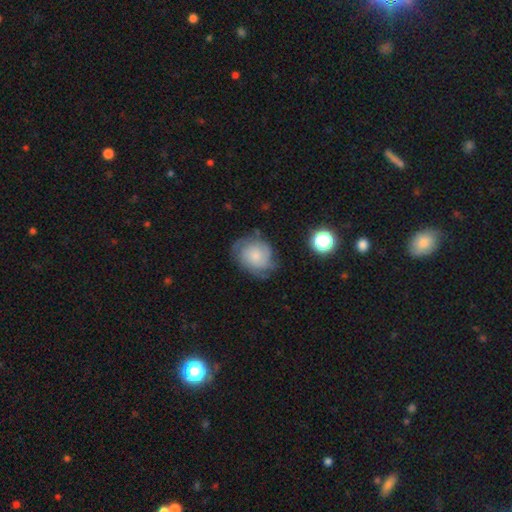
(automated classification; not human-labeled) This appears to be a featured or disk galaxy (47%). Merging: none (57%).